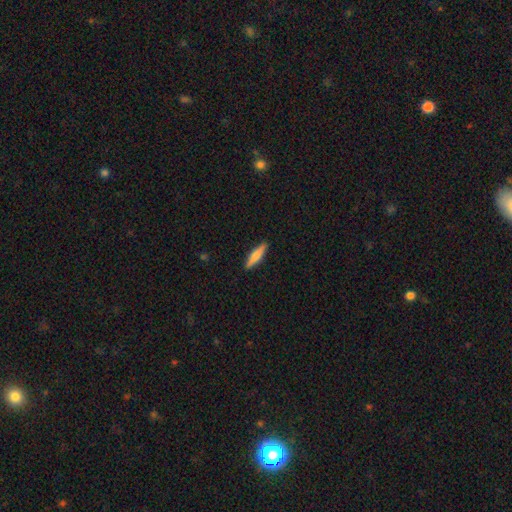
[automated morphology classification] The model was most divided on "smooth or featured": smooth: 69%, featured or disk: 26%, star or artifact: 6%. More confident: merging — none (90%); how rounded — cigar-shaped (79%).